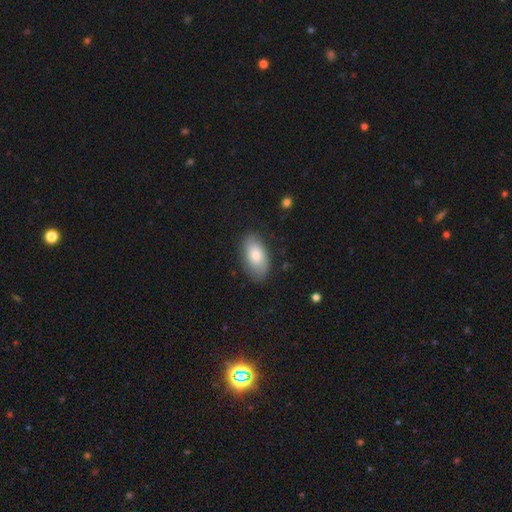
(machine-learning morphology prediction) Smooth or featured? Predicted: smooth (p=0.76). How rounded? Predicted: in between (p=0.94). Merging? Predicted: none (p=0.81).